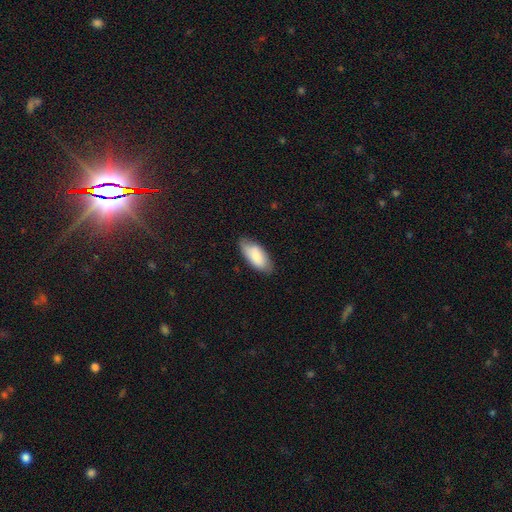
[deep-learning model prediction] Overall: smooth (78%). How rounded: in between (89%). Merging: none (76%).